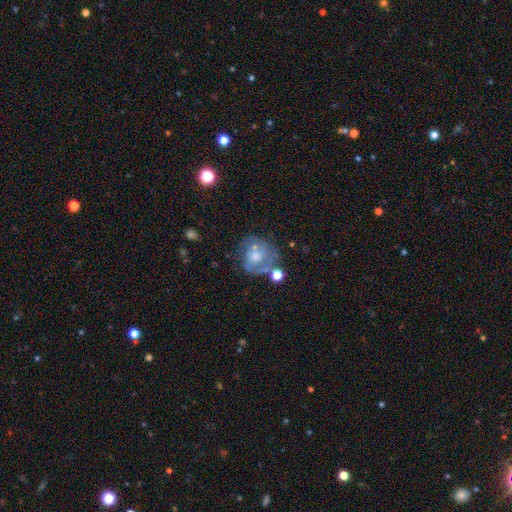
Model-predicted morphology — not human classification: A featured or disk galaxy (53%) with no bar (82%), no spiral arms (55%) and a moderate central bulge (50%).

Vote fractions:
- Smooth or featured? featured or disk: 53% / smooth: 38% / star or artifact: 10%
- Edge-on disk? no: 97% / yes: 3%
- Bar? no: 82% / weak: 15% / strong: 3%
- Spiral arms? no: 55% / yes: 45%
- Bulge size? moderate: 50% / small: 30% / none: 9% / large: 9% / dominant: 2%
- Merging? none: 44% / minor disturbance: 22% / major disturbance: 19% / merger: 15%